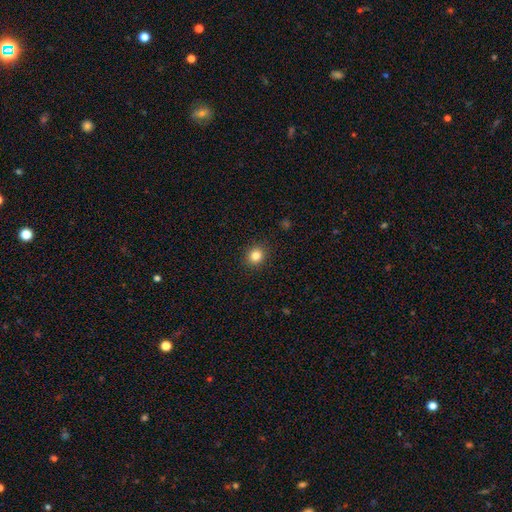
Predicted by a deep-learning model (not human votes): Smooth or featured: smooth — 83% (star or artifact — 12%)
How rounded: round — 84% (in between — 15%)
Merging: none — 91% (minor disturbance — 6%)